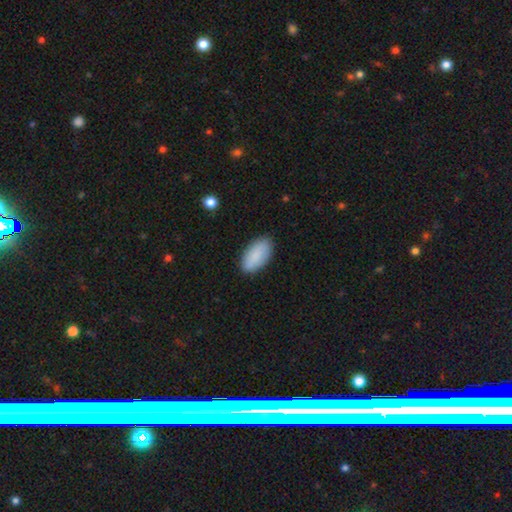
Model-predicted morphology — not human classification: This is clearly a smooth galaxy (88%). How rounded: clearly in between (94%). Merging: clearly none (86%).